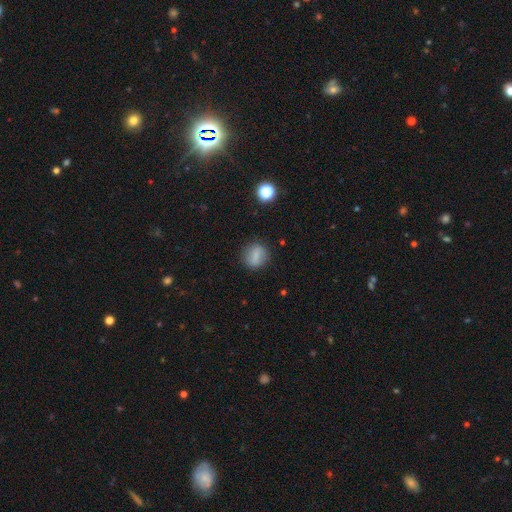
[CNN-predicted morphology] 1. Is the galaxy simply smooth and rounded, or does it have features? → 74% smooth, 16% featured or disk, 10% star or artifact.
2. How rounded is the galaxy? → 62% round, 34% in between, 4% cigar-shaped.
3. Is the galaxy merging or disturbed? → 83% none, 12% minor disturbance, 4% major disturbance, 2% merger.